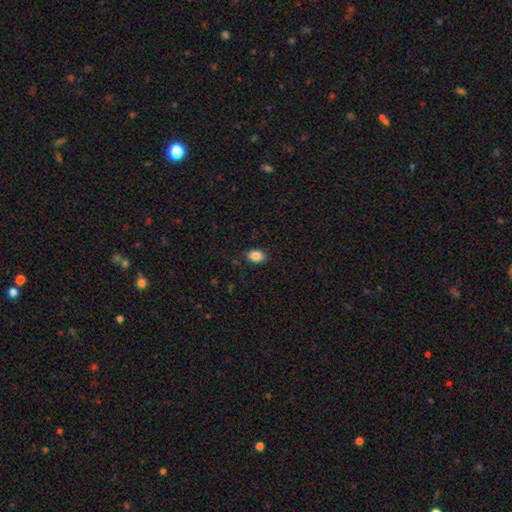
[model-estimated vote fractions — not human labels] A smooth galaxy with no disk features (87%) that is in between round and cigar-shaped (78%). Merging: none (84%).